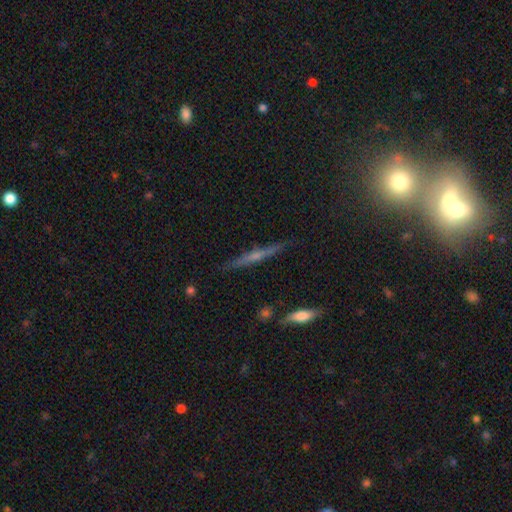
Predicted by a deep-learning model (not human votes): Morphology: type=featured or disk (62%); edge-on=yes (96%); edge-on bulge=rounded (58%); merging=none (86%).